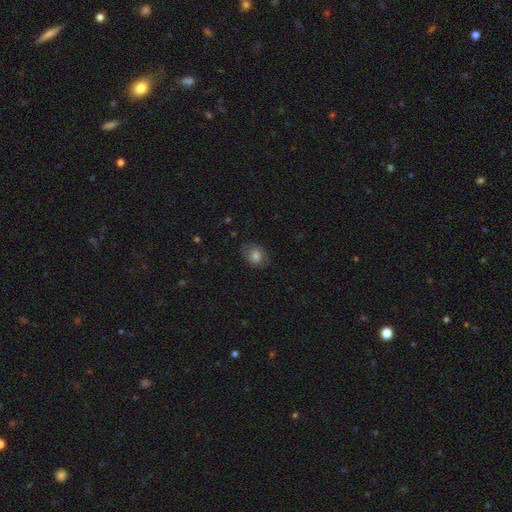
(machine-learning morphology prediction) Smooth or featured: smooth — 74% (featured or disk — 16%)
How rounded: in between — 56% (round — 43%)
Merging: none — 72% (minor disturbance — 21%)